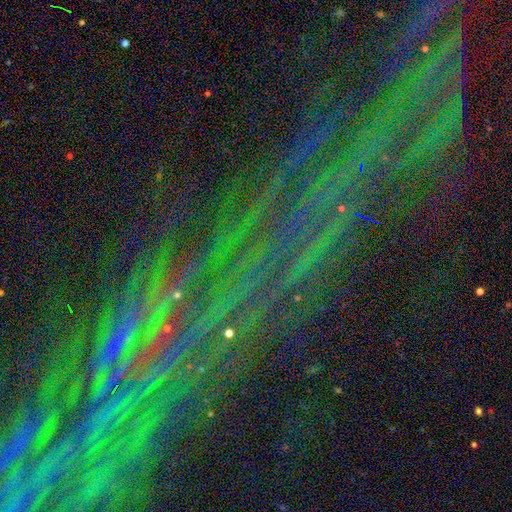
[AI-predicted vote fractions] Q: Smooth or featured?
A: star or artifact (82%); runner-up: featured or disk (11%)